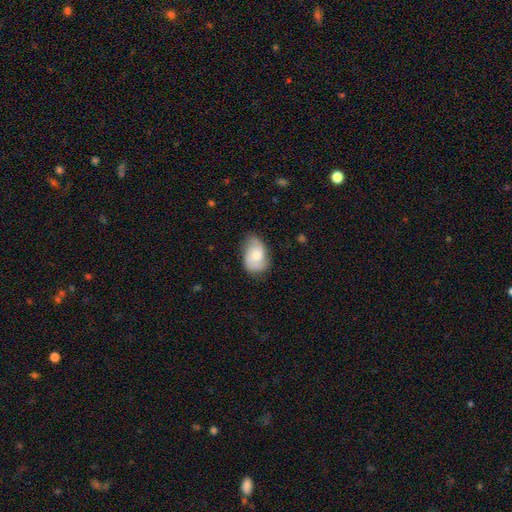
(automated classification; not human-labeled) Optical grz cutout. It shows a featured or disk galaxy (47%, tied with smooth). Merging: none (63%).